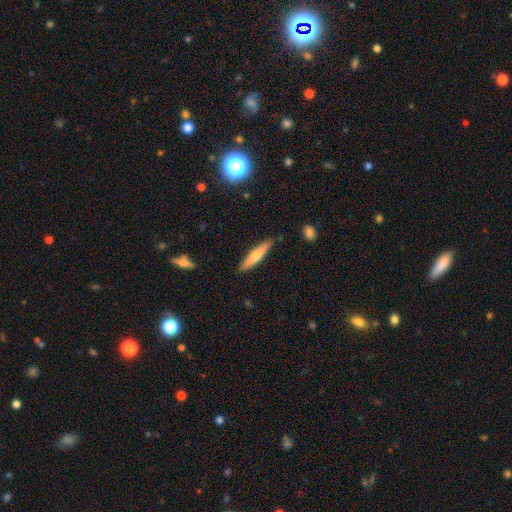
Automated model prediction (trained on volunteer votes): Smooth or featured? smooth (62%)
How rounded? cigar-shaped (85%)
Merging? none (86%)